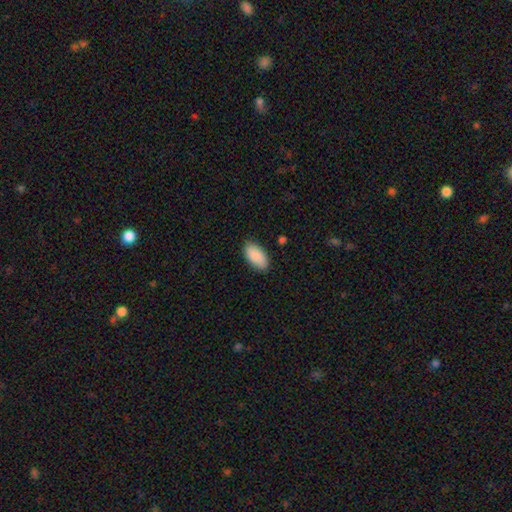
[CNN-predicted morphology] Q: Smooth or featured?
A: smooth (90%); runner-up: star or artifact (6%)
Q: How rounded?
A: in between (95%); runner-up: cigar-shaped (3%)
Q: Merging?
A: none (85%); runner-up: minor disturbance (11%)